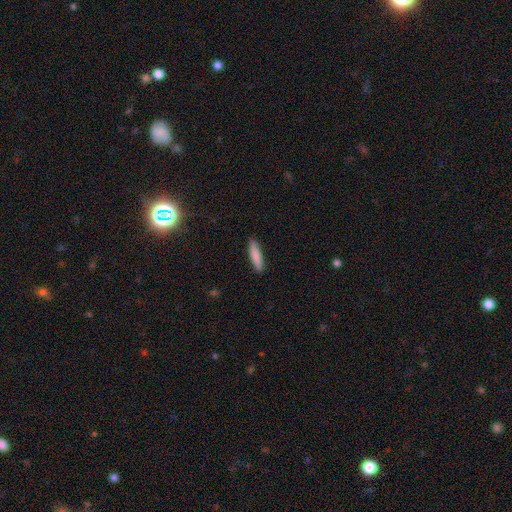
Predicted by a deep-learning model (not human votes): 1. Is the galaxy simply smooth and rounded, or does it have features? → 86% smooth, 8% featured or disk, 6% star or artifact.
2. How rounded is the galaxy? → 80% cigar-shaped, 19% in between, 1% round.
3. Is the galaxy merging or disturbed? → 90% none, 8% minor disturbance, 2% major disturbance, 1% merger.